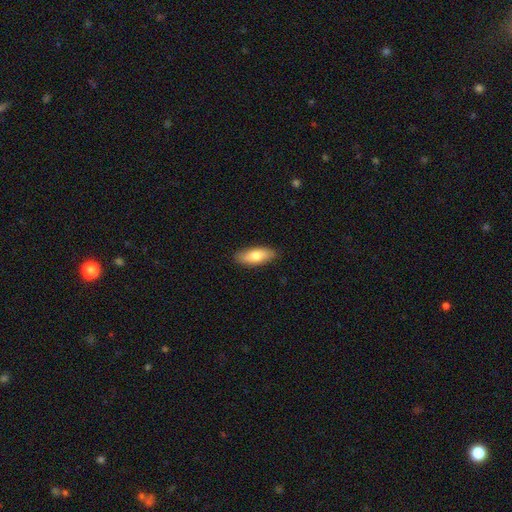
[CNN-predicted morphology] This is likely a smooth galaxy (74%). How rounded: likely in between (74%). Merging: clearly none (89%).